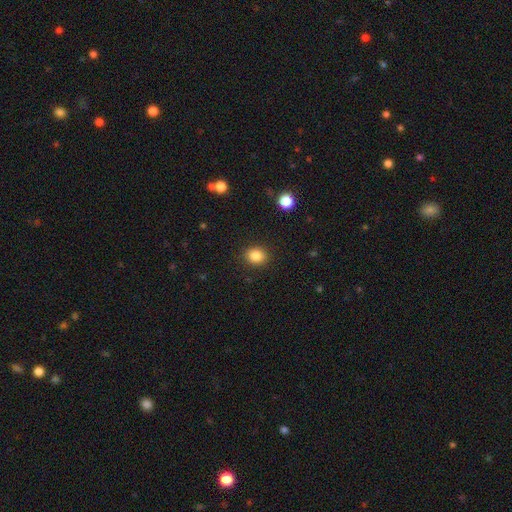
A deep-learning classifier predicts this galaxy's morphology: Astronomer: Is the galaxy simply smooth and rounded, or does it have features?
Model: smooth — 85%.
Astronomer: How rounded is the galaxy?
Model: round — 68%.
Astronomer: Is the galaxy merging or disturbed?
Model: none — 90%.